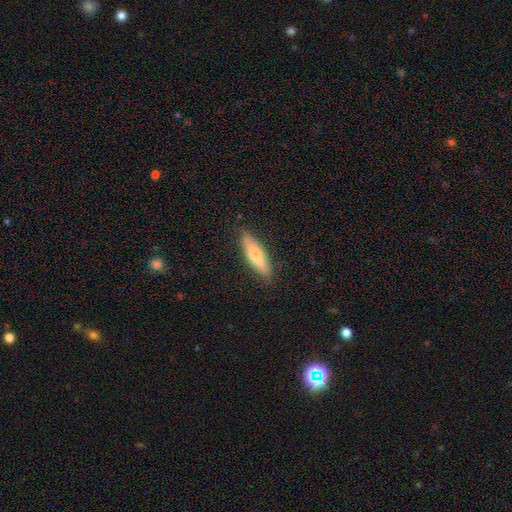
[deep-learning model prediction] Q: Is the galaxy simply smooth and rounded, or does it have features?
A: smooth — 71%.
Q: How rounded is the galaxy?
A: cigar-shaped — 64%.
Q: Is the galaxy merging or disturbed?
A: none — 81%.